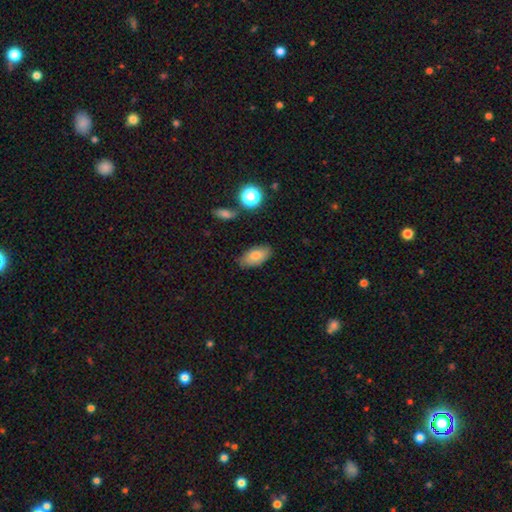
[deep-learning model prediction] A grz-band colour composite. It shows a smooth galaxy with no disk features (81%) that is in between round and cigar-shaped (92%). Merging: none (80%).